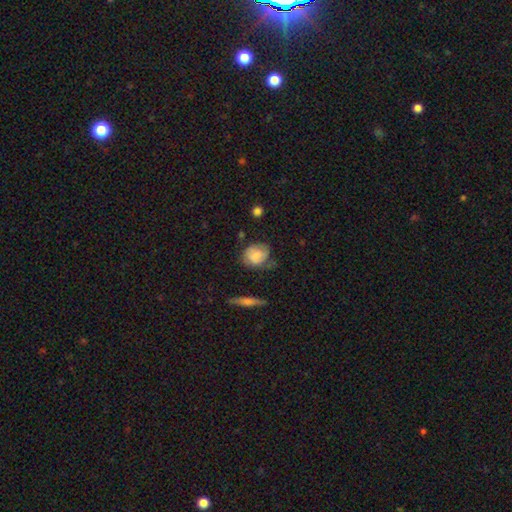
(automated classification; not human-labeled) Smooth or featured? Predicted: smooth (p=0.63). How rounded? Predicted: round (p=0.51). Merging? Predicted: none (p=0.48).